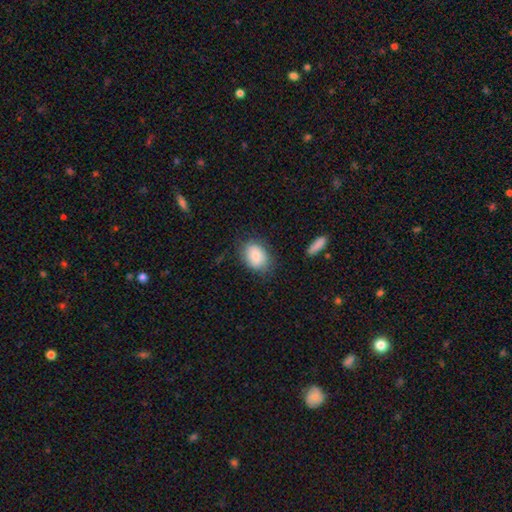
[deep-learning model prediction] smooth-or-featured: smooth: 84% | featured or disk: 9% | star or artifact: 7%
  how-rounded: in between: 74% | round: 25% | cigar-shaped: 1%
  merging: none: 74% | minor disturbance: 19% | major disturbance: 6% | merger: 2%